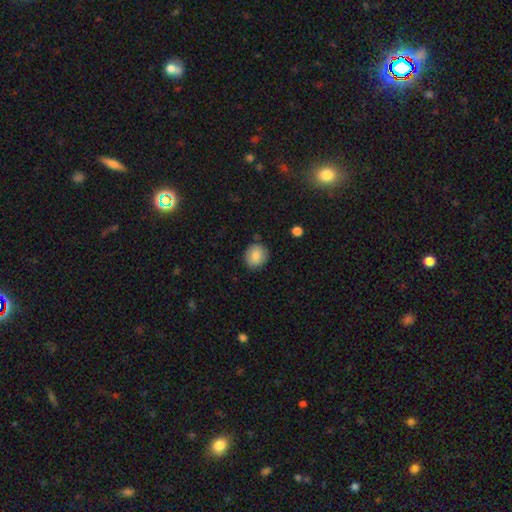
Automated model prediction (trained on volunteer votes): A smooth galaxy with no disk features (83%) that is round (83%). Merging: none (84%).